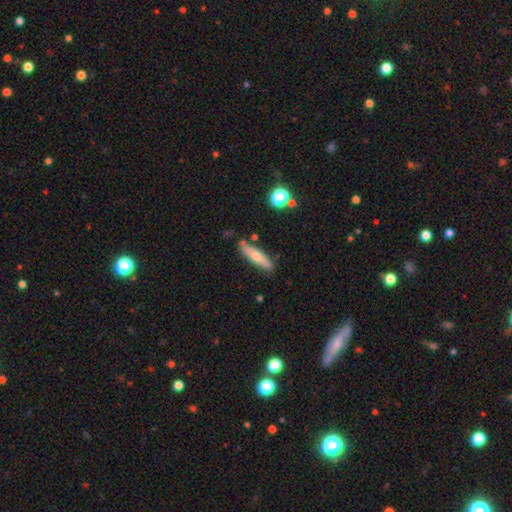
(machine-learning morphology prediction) type=smooth (60%); roundness=cigar-shaped (69%); merging=none (78%).